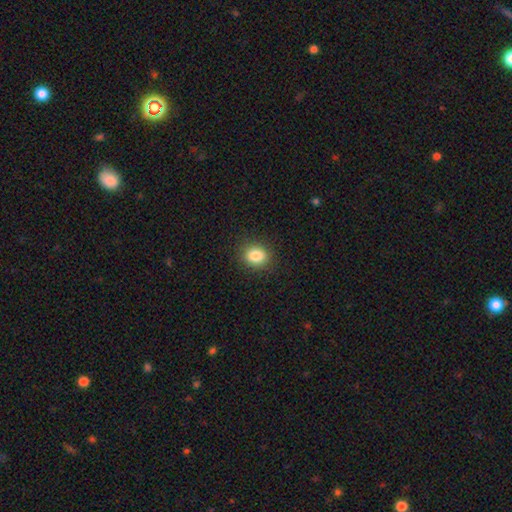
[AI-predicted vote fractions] Overall: smooth (84%). How rounded: round (60%; in between 39%). Merging: none (89%).